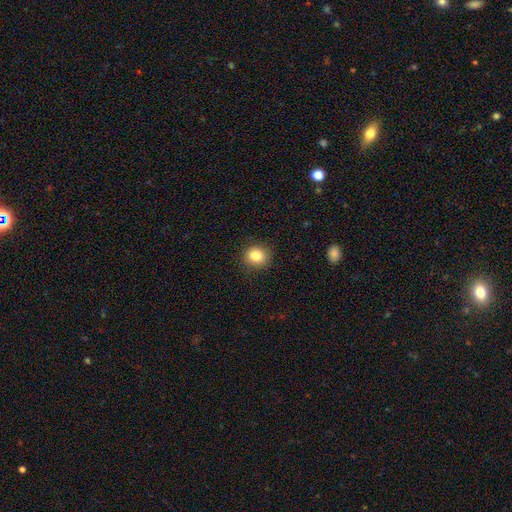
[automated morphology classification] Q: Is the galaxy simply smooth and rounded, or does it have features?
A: smooth — 84%.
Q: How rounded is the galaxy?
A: round — 82%.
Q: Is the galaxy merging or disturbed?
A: none — 88%.